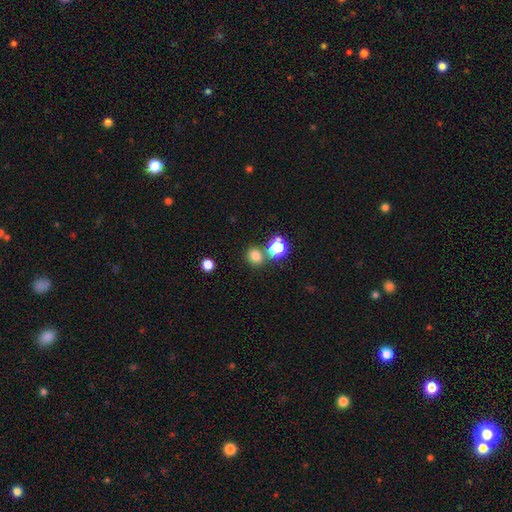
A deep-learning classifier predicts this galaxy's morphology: Smooth or featured? Predicted: smooth (p=0.78). How rounded? Predicted: round (p=0.74). Merging? Predicted: none (p=0.68).